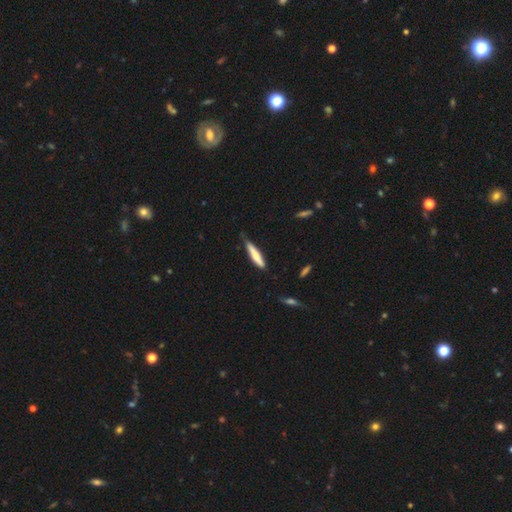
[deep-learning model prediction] Morphology: type=smooth (67%); roundness=cigar-shaped (88%); merging=none (66%).